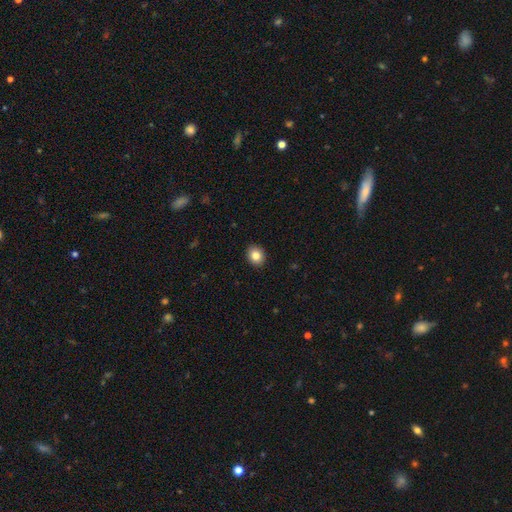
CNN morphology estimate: A smooth galaxy with no disk features (83%) that is round (63%).

Vote fractions:
- Smooth or featured? smooth: 83% / star or artifact: 9% / featured or disk: 7%
- How rounded? round: 63% / in between: 36% / cigar-shaped: 1%
- Merging? none: 92% / minor disturbance: 6% / major disturbance: 2% / merger: 1%